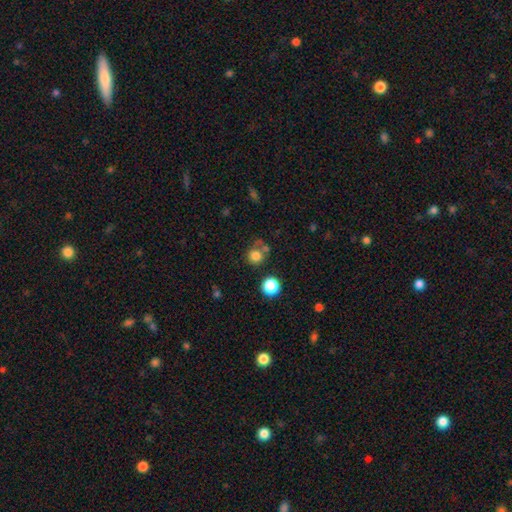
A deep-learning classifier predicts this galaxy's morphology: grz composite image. It shows a smooth galaxy with no disk features (78%) that is round (89%). Merging: none (63%).